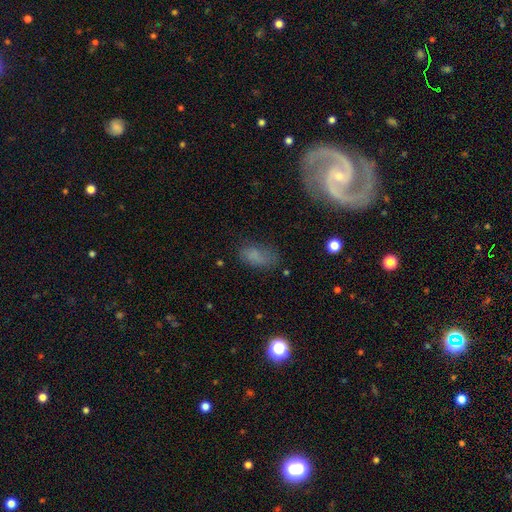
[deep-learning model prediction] This is likely a smooth galaxy (64%). How rounded: clearly in between (88%). Merging: possibly none (55%).